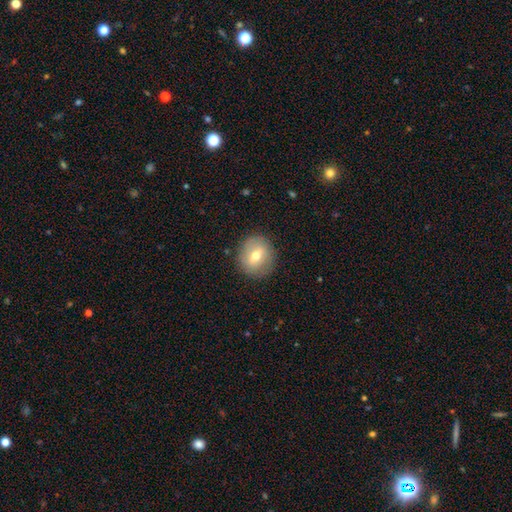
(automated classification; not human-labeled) This is likely a smooth galaxy (61%). How rounded: clearly round (83%). Merging: clearly none (86%).